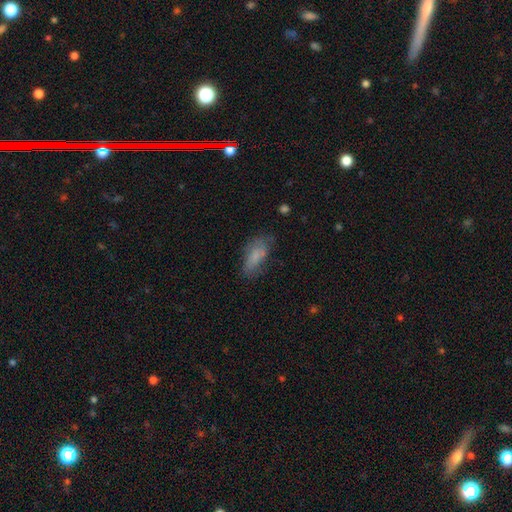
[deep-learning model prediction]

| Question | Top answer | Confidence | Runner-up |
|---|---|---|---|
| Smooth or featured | smooth | 72% | featured or disk (19%) |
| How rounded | in between | 82% | cigar-shaped (15%) |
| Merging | none | 58% | minor disturbance (27%) |